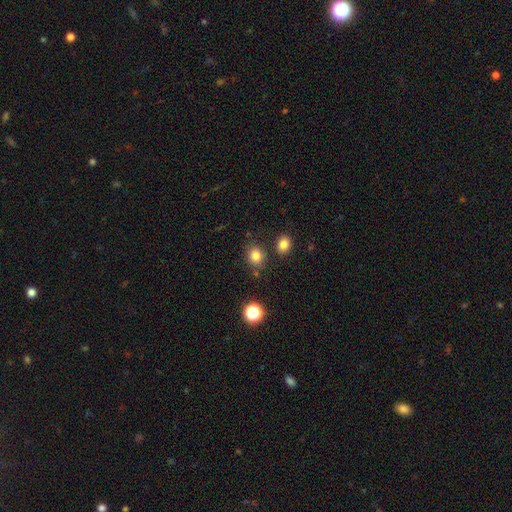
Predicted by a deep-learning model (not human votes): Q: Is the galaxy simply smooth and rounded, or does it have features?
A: smooth — 81%.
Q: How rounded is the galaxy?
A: round — 70%.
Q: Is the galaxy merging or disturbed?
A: none — 79%.